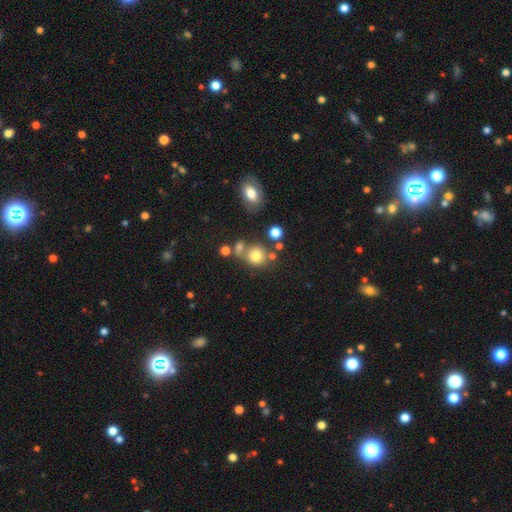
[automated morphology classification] This appears to be a smooth galaxy with no disk features (76%) that is round (82%). Merging: none (59%).